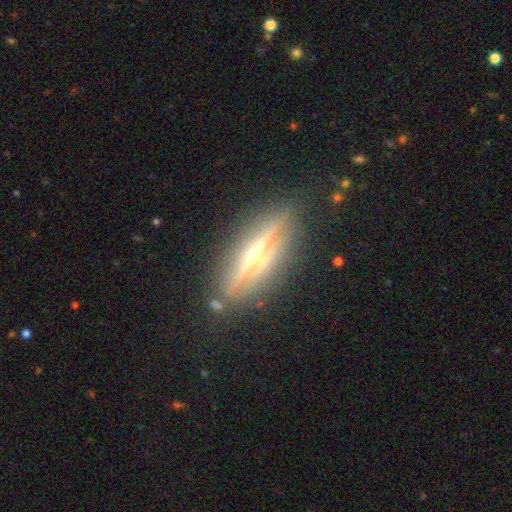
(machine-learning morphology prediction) Q: Smooth or featured?
A: featured or disk (80%); runner-up: smooth (13%)
Q: Edge-on disk?
A: yes (95%); runner-up: no (5%)
Q: Edge-on bulge?
A: rounded (88%); runner-up: none (7%)
Q: Merging?
A: none (86%); runner-up: minor disturbance (10%)